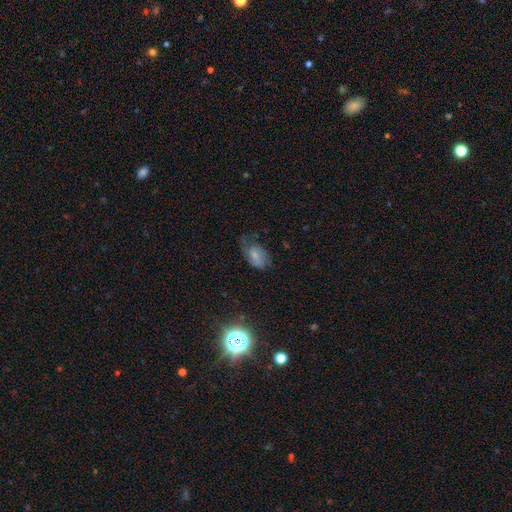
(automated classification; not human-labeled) Smooth or featured? smooth (52%)
How rounded? in between (88%)
Merging? none (43%)